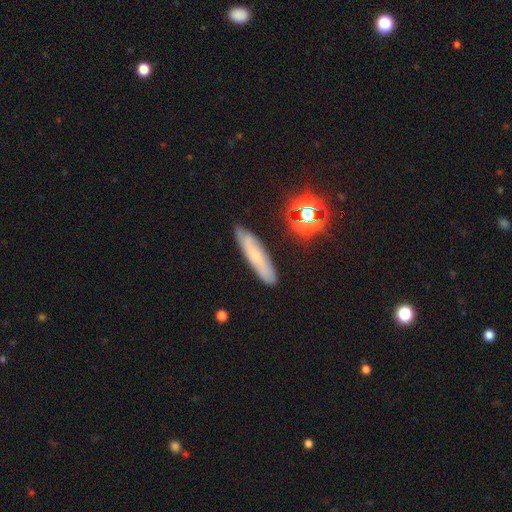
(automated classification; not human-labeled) Smooth or featured? Predicted: smooth (p=0.51). How rounded? Predicted: cigar-shaped (p=0.81). Merging? Predicted: none (p=0.82).